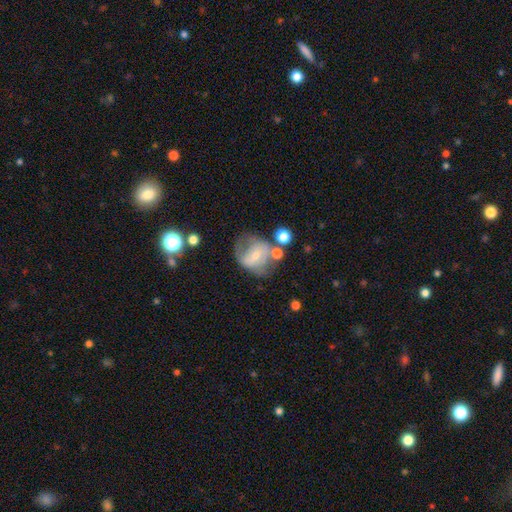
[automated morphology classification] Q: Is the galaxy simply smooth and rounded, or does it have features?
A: featured or disk — 50%.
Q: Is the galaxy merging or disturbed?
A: none — 36%.